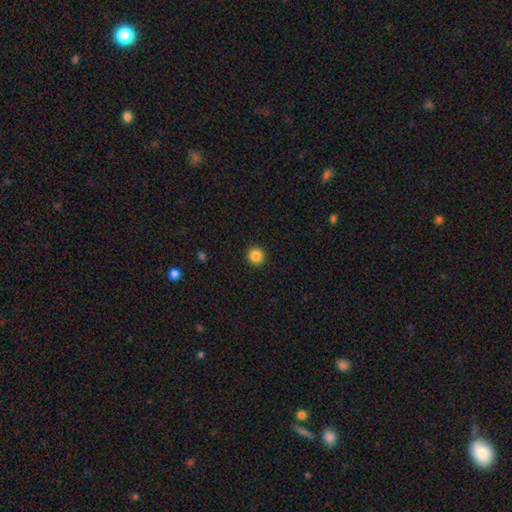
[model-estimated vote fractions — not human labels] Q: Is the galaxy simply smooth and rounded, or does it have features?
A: smooth — 86%.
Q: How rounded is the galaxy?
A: round — 94%.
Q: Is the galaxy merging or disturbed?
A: none — 92%.